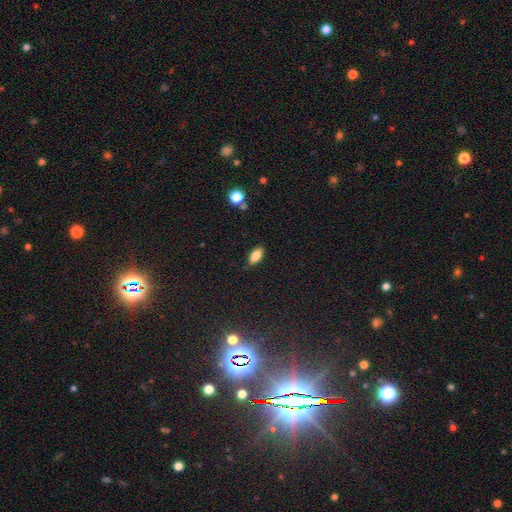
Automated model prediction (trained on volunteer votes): Morphology: type=smooth (79%); roundness=in between (89%); merging=none (86%).